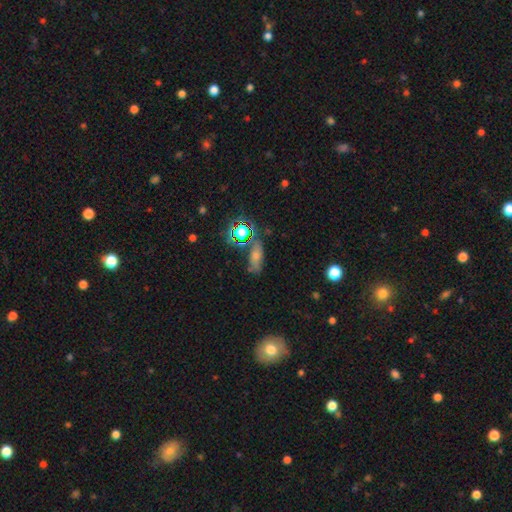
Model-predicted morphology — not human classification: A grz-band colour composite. It shows a star or artifact, not a galaxy (43%).